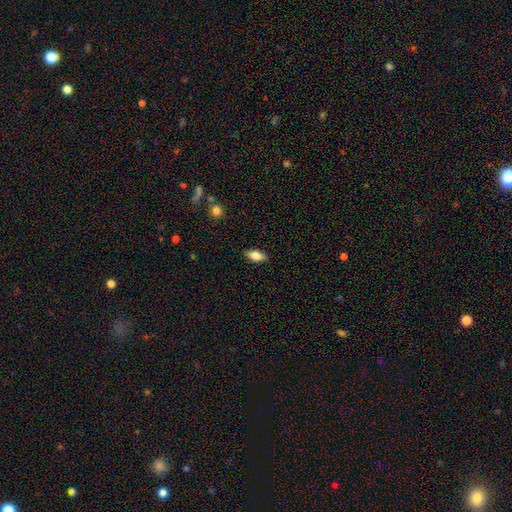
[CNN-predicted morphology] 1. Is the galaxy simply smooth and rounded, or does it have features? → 77% smooth, 16% featured or disk, 7% star or artifact.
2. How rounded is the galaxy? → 87% in between, 10% cigar-shaped, 4% round.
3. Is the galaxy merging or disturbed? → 88% none, 9% minor disturbance, 2% major disturbance, 1% merger.